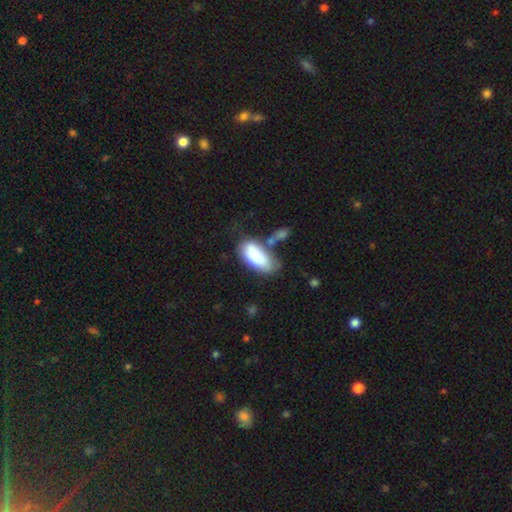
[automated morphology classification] smooth_or_featured: smooth (p=0.82) [alt: featured or disk p=0.11]
how_rounded: in between (p=0.88) [alt: cigar-shaped p=0.10]
merging: none (p=0.43) [alt: minor disturbance p=0.26]